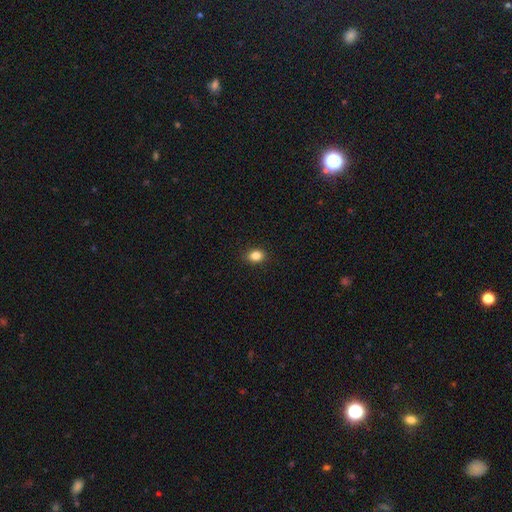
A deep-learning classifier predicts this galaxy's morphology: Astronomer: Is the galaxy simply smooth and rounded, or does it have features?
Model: smooth — 85%.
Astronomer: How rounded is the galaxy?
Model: in between — 58% (runner-up: round, 41%).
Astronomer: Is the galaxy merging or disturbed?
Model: none — 90%.